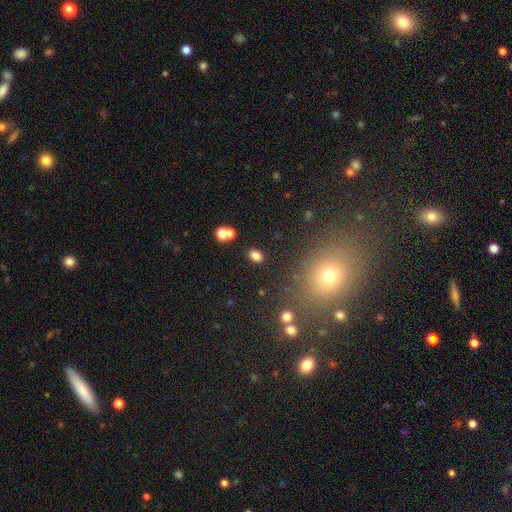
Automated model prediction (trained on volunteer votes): smooth 81%, star or artifact 13%, featured or disk 6%. Down the decision tree: how rounded — in between (77%); merging — none (83%).